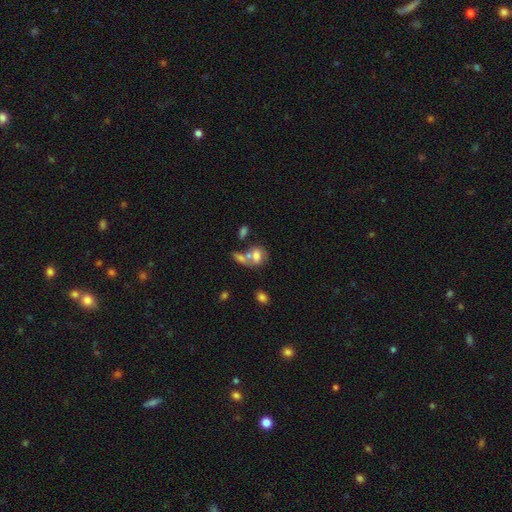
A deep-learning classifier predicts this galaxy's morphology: A smooth galaxy with no disk features (64%) that is in between round and cigar-shaped (69%). Merging: merger (49%).